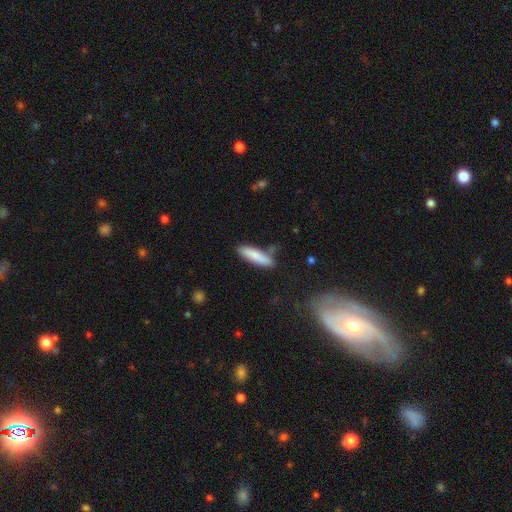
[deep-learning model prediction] The model was most divided on "how rounded": cigar-shaped: 71%, in between: 27%, round: 2%. More confident: smooth or featured — smooth (81%); merging — none (73%).